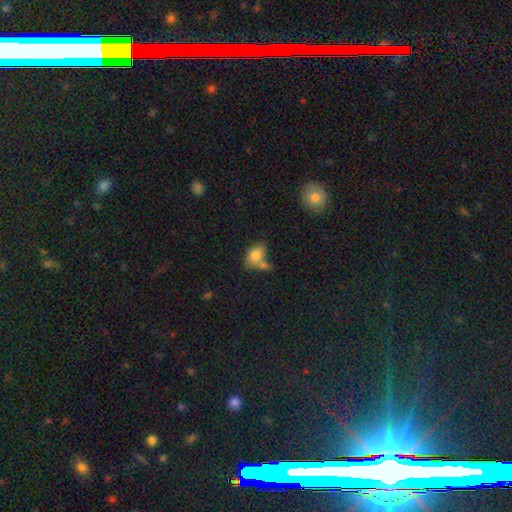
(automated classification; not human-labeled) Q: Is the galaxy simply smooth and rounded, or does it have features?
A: smooth — 79%.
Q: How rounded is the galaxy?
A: in between — 79%.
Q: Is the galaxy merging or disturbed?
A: merger — 39%.